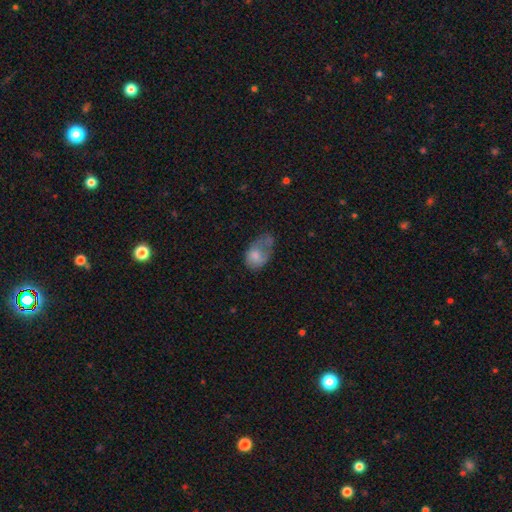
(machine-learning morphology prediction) This appears to be a smooth galaxy with no disk features (67%) that is in between round and cigar-shaped (83%). Merging: major disturbance (40%).